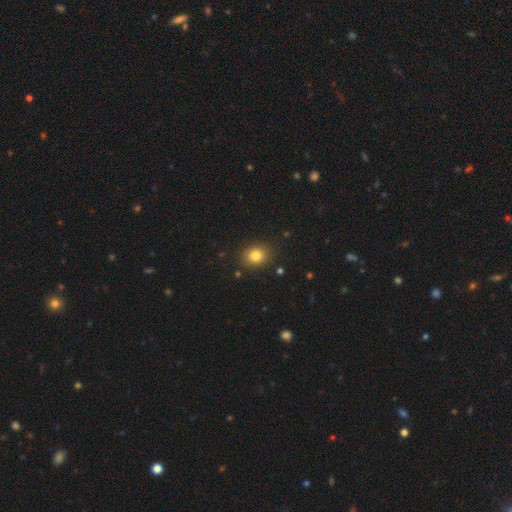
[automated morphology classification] Smooth or featured? smooth (82%)
How rounded? round (67%)
Merging? none (88%)